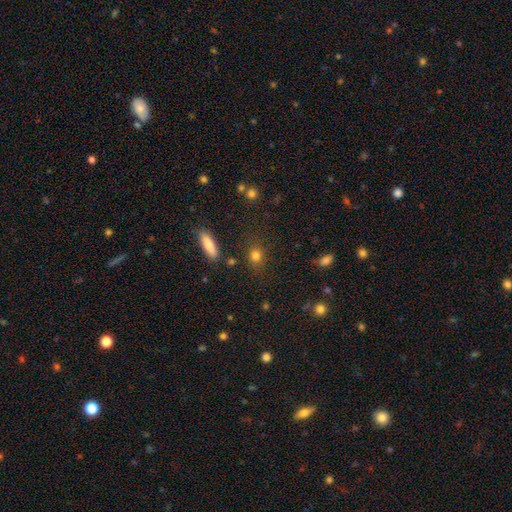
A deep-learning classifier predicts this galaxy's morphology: This is clearly a smooth galaxy (80%). How rounded: likely round (62%). Merging: clearly none (80%).